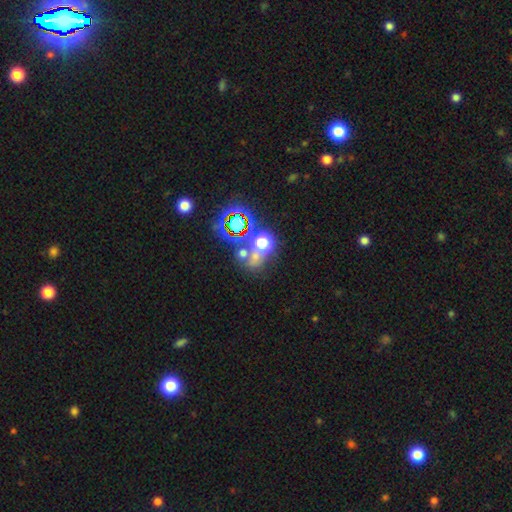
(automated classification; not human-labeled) smooth 45%, star or artifact 43%, featured or disk 12%. Down the decision tree: merging — none (47%).